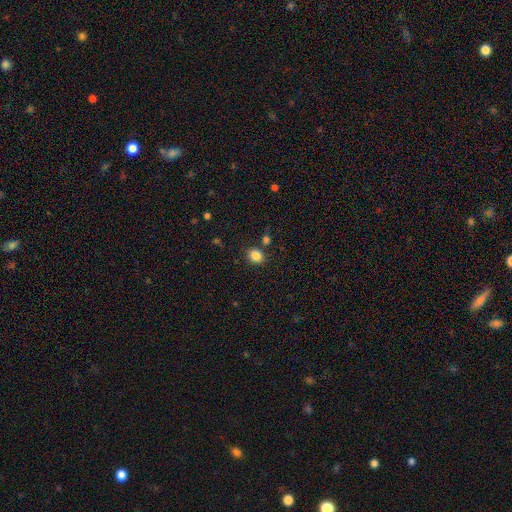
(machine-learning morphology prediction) Smooth or featured? Predicted: smooth (p=0.85). How rounded? Predicted: round (p=0.63). Merging? Predicted: none (p=0.82).